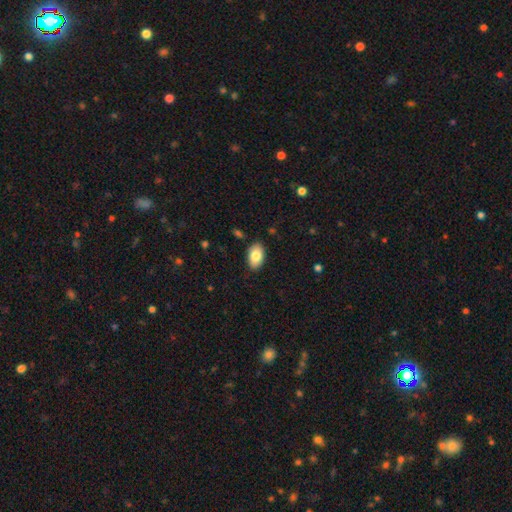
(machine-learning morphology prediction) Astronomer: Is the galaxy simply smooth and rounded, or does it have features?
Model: smooth — 83%.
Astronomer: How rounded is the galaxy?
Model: in between — 94%.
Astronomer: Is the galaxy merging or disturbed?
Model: none — 87%.